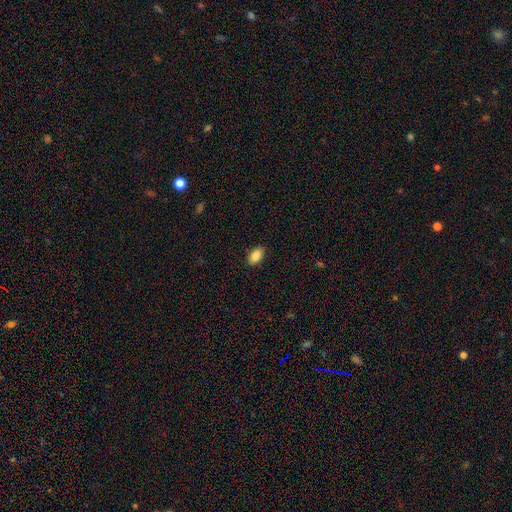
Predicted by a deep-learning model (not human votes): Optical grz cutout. It shows a smooth galaxy with no disk features (87%) that is in between round and cigar-shaped (92%). Merging: none (89%).